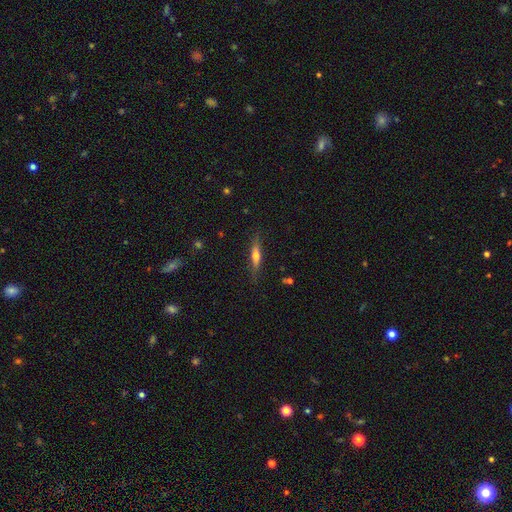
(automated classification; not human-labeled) smooth 47%, featured or disk 46%, star or artifact 7%. Down the decision tree: merging — none (83%).